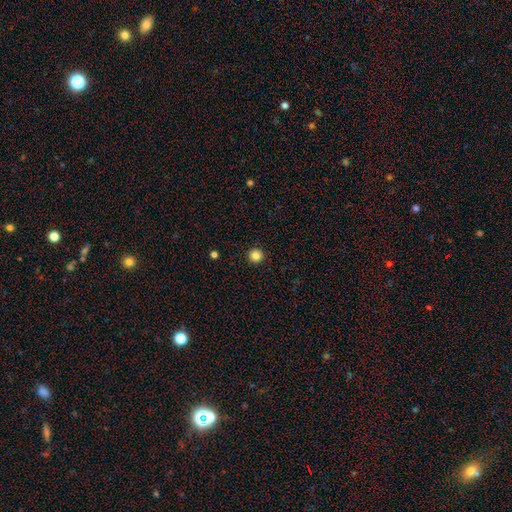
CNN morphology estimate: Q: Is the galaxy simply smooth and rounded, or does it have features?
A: smooth — 84%.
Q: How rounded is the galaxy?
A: round — 96%.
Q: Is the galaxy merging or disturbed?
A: none — 94%.